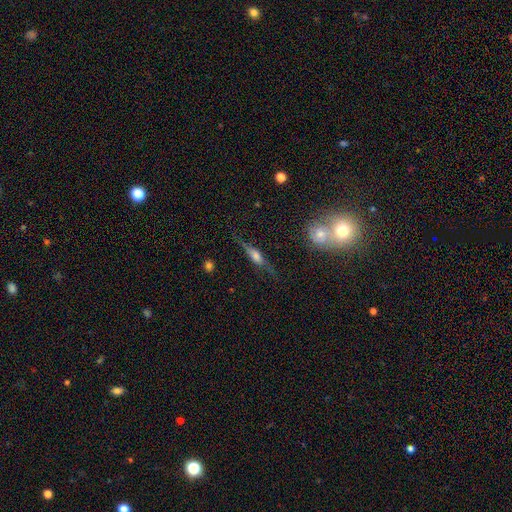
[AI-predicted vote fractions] Q: Smooth or featured?
A: featured or disk (65%); runner-up: smooth (26%)
Q: Edge-on disk?
A: yes (87%); runner-up: no (13%)
Q: Edge-on bulge?
A: rounded (72%); runner-up: boxy (22%)
Q: Merging?
A: none (72%); runner-up: minor disturbance (17%)